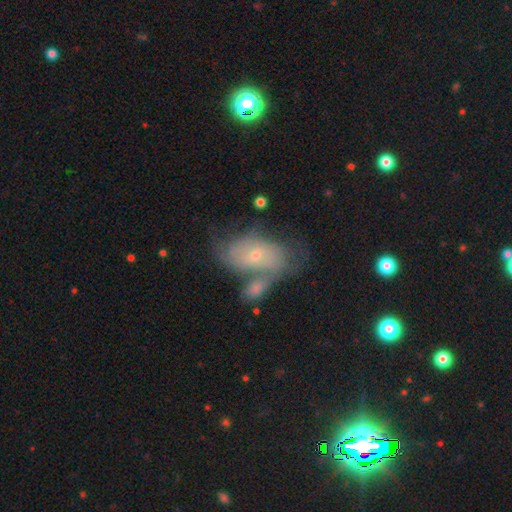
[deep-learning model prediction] Morphology: type=featured or disk (57%); edge-on=no (94%); bar=no (79%); spiral arms=yes (65%); bulge=small (69%); merging=merger (36%).